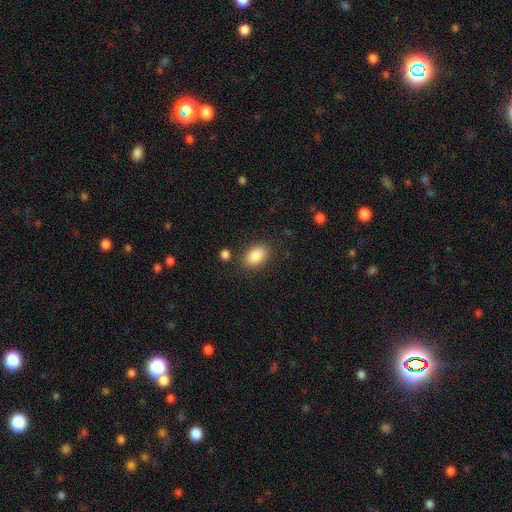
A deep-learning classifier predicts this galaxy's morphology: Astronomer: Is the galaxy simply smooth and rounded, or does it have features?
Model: smooth — 87%.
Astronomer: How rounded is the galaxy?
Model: in between — 86%.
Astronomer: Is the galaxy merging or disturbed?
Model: none — 82%.